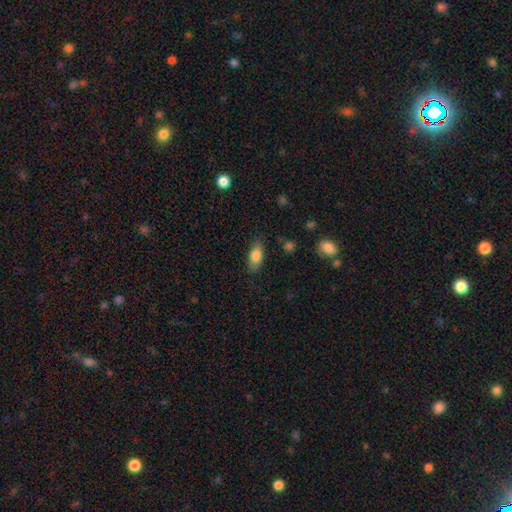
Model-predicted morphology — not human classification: This appears to be a smooth galaxy with no disk features (81%) that is in between round and cigar-shaped (85%). Merging: none (79%).